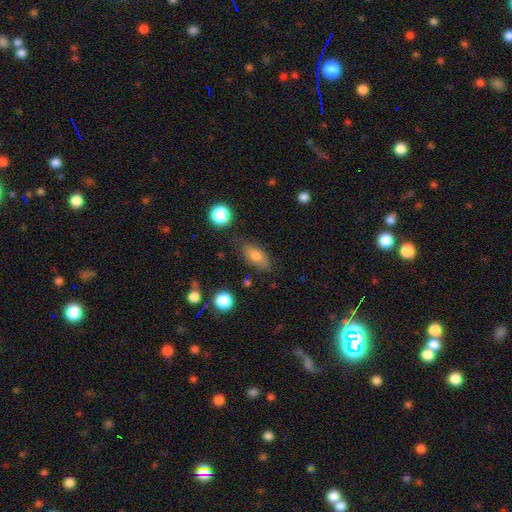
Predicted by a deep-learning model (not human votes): This is likely a smooth galaxy (74%). How rounded: clearly in between (81%). Merging: likely none (77%).